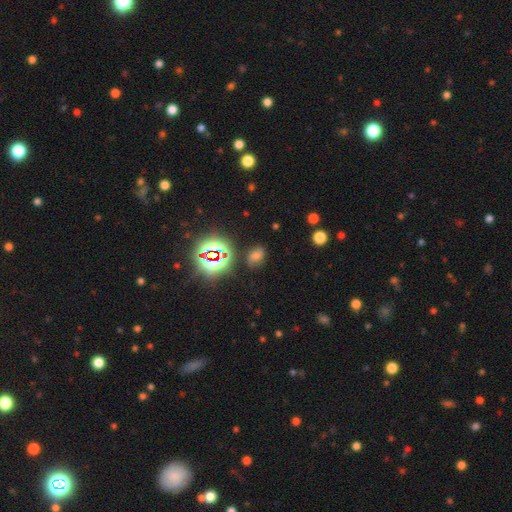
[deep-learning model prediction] smooth-or-featured: smooth: 48% | star or artifact: 40% | featured or disk: 12%
  merging: none: 77% | minor disturbance: 15% | major disturbance: 5% | merger: 3%